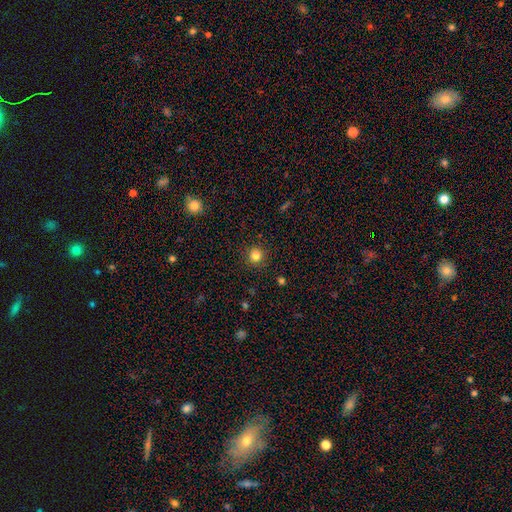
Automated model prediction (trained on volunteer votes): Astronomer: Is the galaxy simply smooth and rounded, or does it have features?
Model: smooth — 82%.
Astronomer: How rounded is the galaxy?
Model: round — 94%.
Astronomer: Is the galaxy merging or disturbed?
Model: none — 91%.